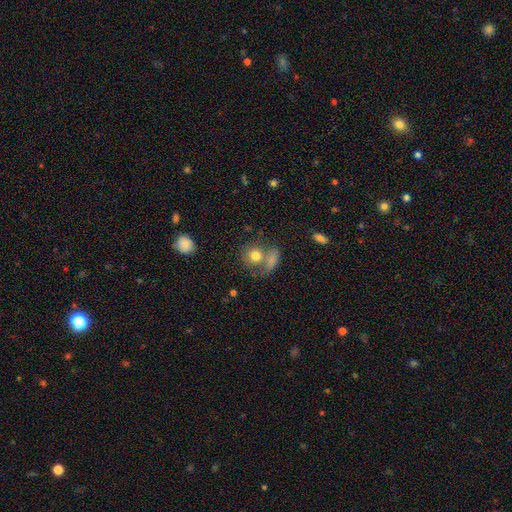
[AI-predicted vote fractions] This is likely a smooth galaxy (77%). How rounded: likely round (76%). Merging: marginally none (42%).